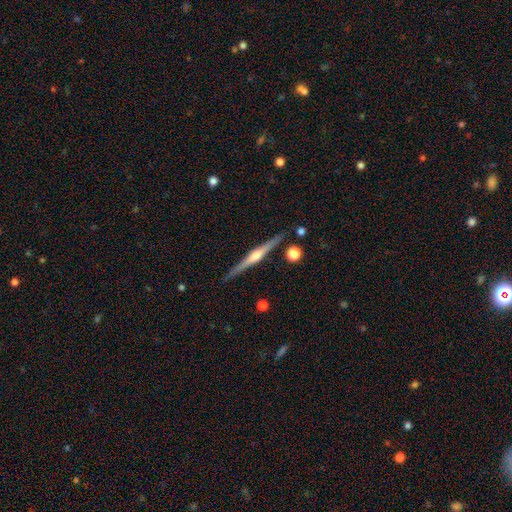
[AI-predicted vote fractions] Smooth or featured? featured or disk (79%)
Edge-on disk? yes (98%)
Edge-on bulge? rounded (86%)
Merging? none (89%)